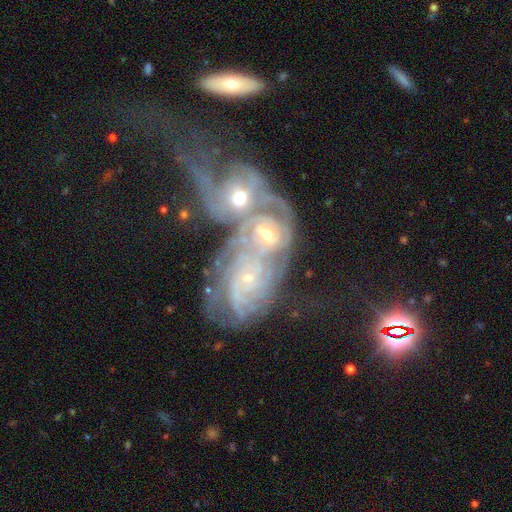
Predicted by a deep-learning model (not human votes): Smooth or featured? Predicted: featured or disk (p=0.78). Edge-on disk? Predicted: no (p=0.94). Bar? Predicted: no (p=0.68). Spiral arms? Predicted: yes (p=0.84). Spiral winding? Predicted: tight (p=0.52). Spiral arm count? Predicted: can't tell (p=0.42). Bulge size? Predicted: small (p=0.57). Merging? Predicted: merger (p=0.71).